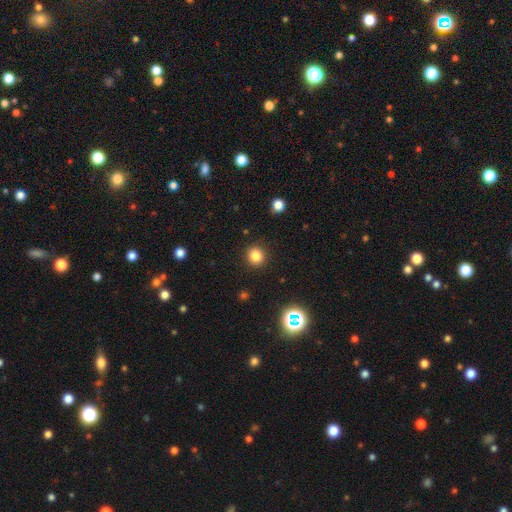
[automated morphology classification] smooth-or-featured: smooth: 82% | star or artifact: 14% | featured or disk: 5%
  how-rounded: round: 91% | in between: 8% | cigar-shaped: 1%
  merging: none: 91% | minor disturbance: 6% | major disturbance: 2% | merger: 1%